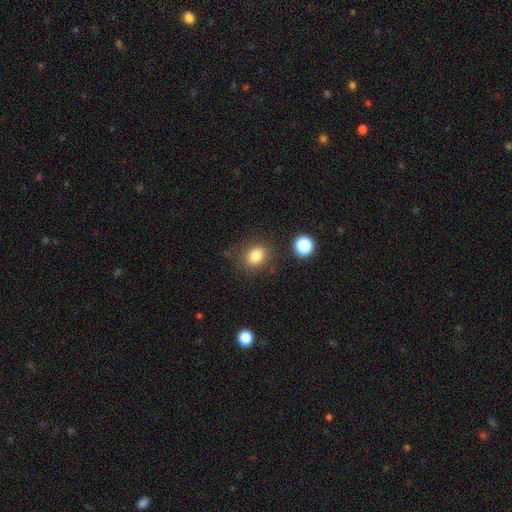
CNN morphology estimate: Smooth or featured? Predicted: smooth (p=0.81). How rounded? Predicted: round (p=0.53). Merging? Predicted: none (p=0.78).